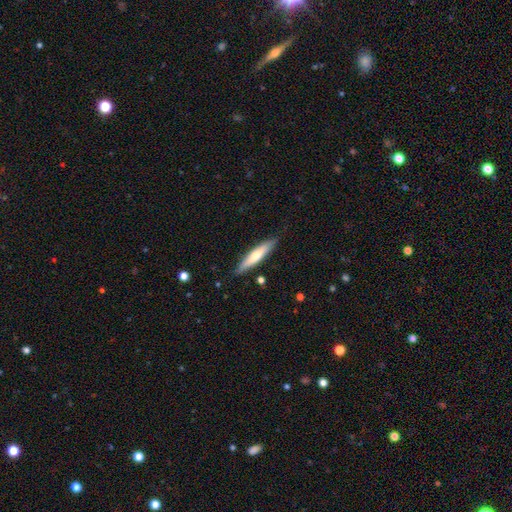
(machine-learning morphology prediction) Smooth or featured?
  - smooth: 58% *
  - featured or disk: 36%
  - star or artifact: 5%
How rounded?
  - cigar-shaped: 84% *
  - in between: 15%
  - round: 1%
Merging?
  - none: 86% *
  - minor disturbance: 11%
  - major disturbance: 2%
  - merger: 2%